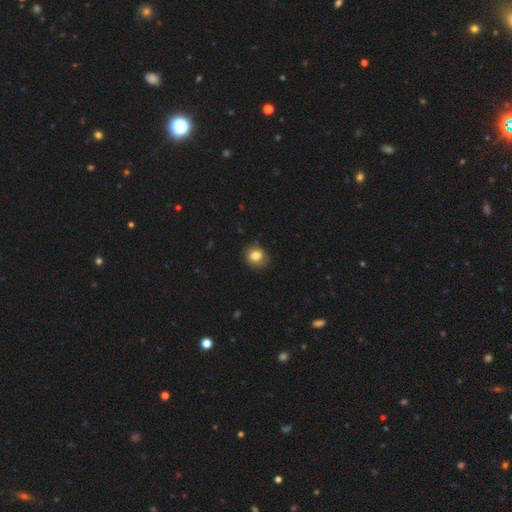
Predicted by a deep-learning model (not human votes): Smooth or featured? smooth (81%)
How rounded? round (72%)
Merging? none (75%)